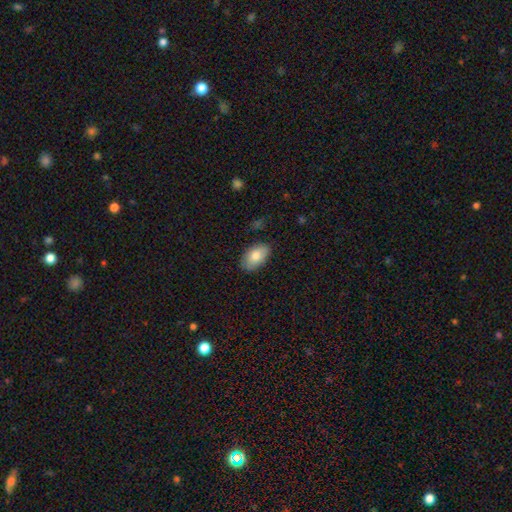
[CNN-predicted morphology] Smooth or featured? smooth (82%)
How rounded? in between (93%)
Merging? none (83%)